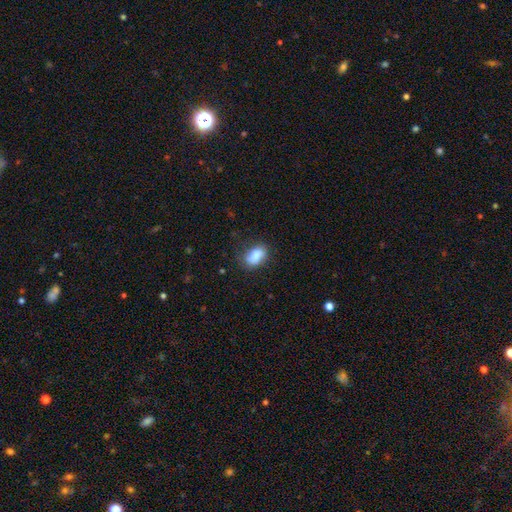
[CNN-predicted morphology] Q: Smooth or featured?
A: smooth (83%); runner-up: featured or disk (10%)
Q: How rounded?
A: in between (85%); runner-up: round (13%)
Q: Merging?
A: none (65%); runner-up: minor disturbance (25%)